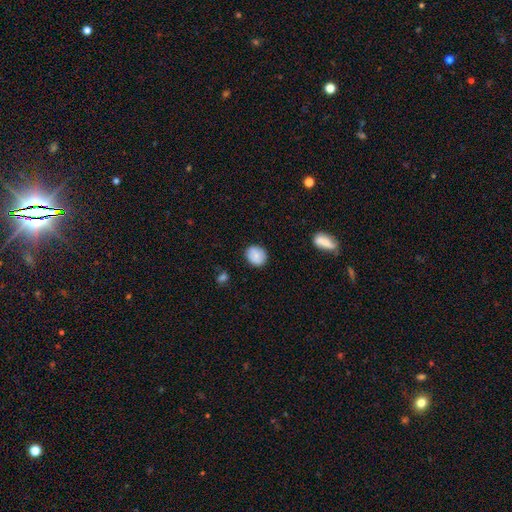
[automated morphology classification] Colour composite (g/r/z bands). It shows a smooth galaxy with no disk features (80%) that is round (69%). Merging: none (84%).